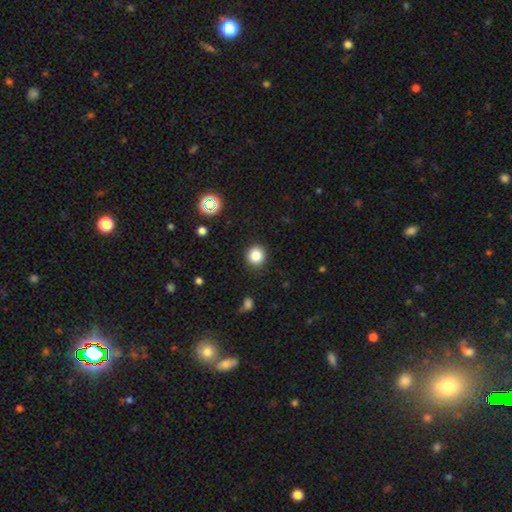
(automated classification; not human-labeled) A smooth galaxy with no disk features (84%) that is round (91%). Merging: none (89%).